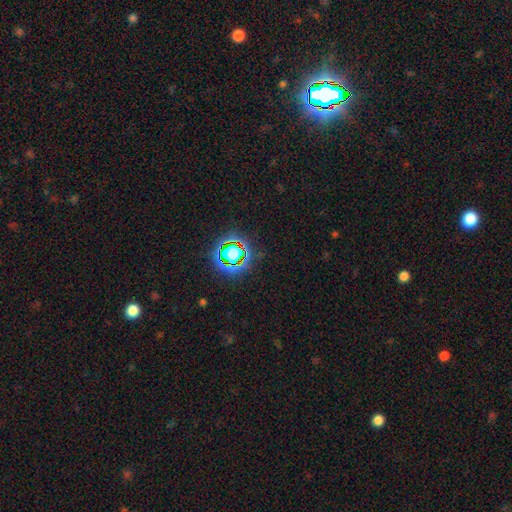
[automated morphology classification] A star or artifact, not a galaxy (81%).